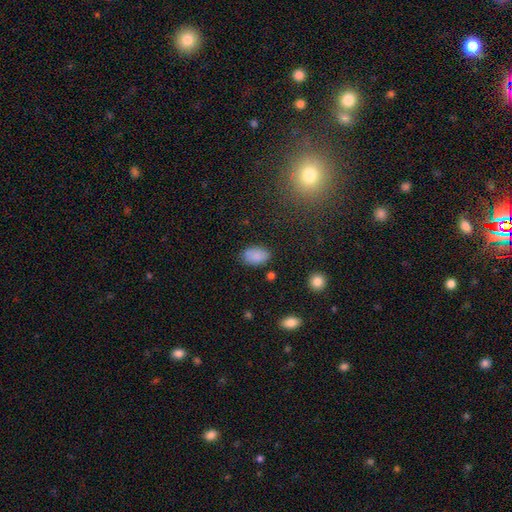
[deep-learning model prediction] smooth-or-featured: smooth: 85% | star or artifact: 9% | featured or disk: 7%
  how-rounded: in between: 91% | round: 8% | cigar-shaped: 1%
  merging: none: 79% | minor disturbance: 14% | major disturbance: 3% | merger: 3%